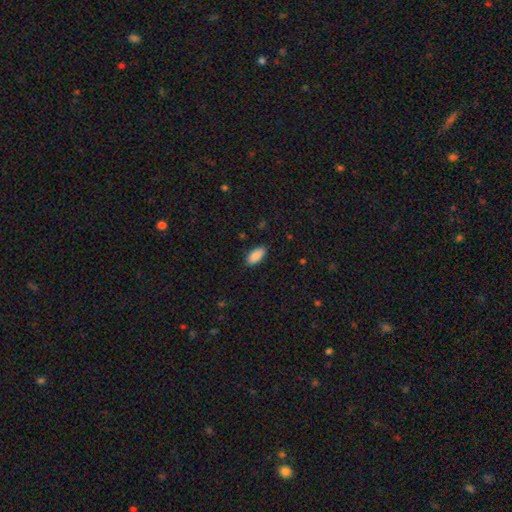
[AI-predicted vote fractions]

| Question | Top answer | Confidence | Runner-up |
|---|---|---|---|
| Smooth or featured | smooth | 90% | star or artifact (7%) |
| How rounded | in between | 91% | cigar-shaped (7%) |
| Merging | none | 87% | minor disturbance (10%) |